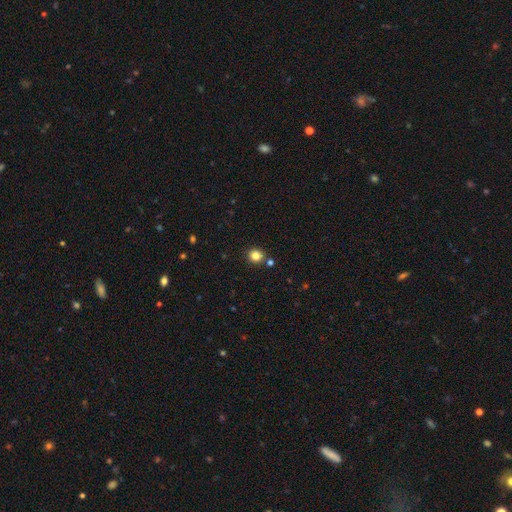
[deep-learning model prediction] Smooth or featured: smooth — 82% (star or artifact — 13%)
How rounded: round — 88% (in between — 11%)
Merging: none — 84% (minor disturbance — 7%)